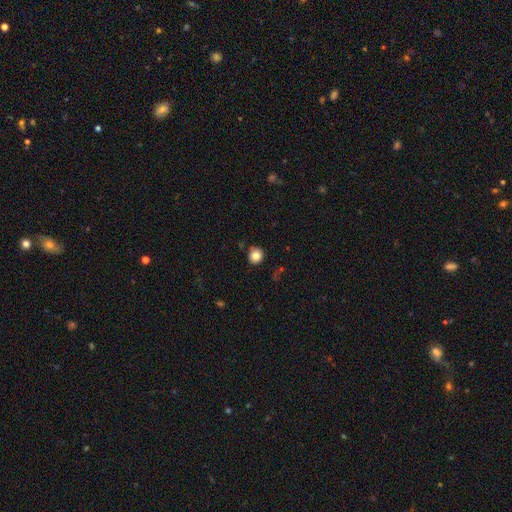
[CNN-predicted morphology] This is clearly a smooth galaxy (82%). How rounded: clearly round (89%). Merging: clearly none (85%).